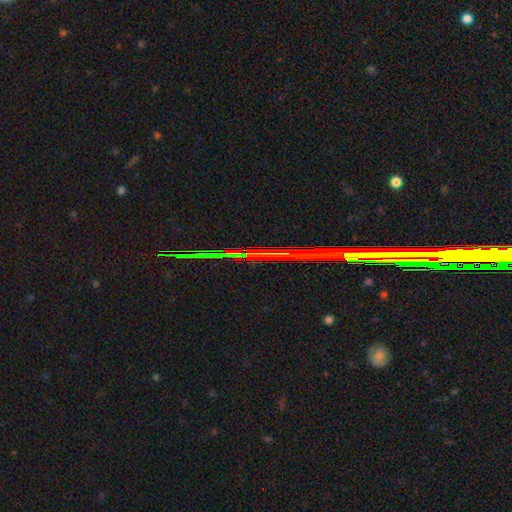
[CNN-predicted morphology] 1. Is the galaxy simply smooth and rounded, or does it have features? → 78% star or artifact, 13% featured or disk, 9% smooth.